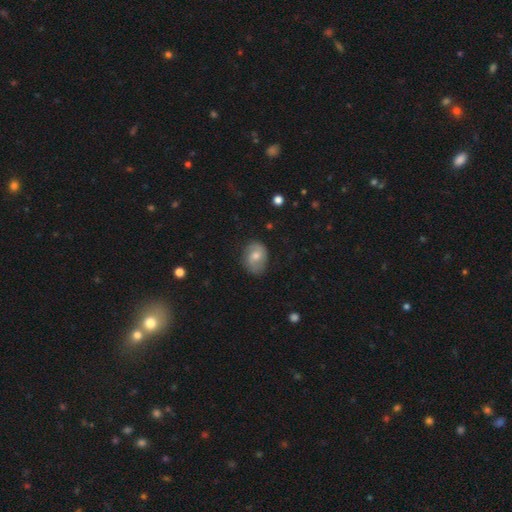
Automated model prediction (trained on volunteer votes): smooth_or_featured: smooth (p=0.55) [alt: featured or disk p=0.37]
how_rounded: in between (p=0.66) [alt: round p=0.33]
merging: none (p=0.73) [alt: minor disturbance p=0.20]